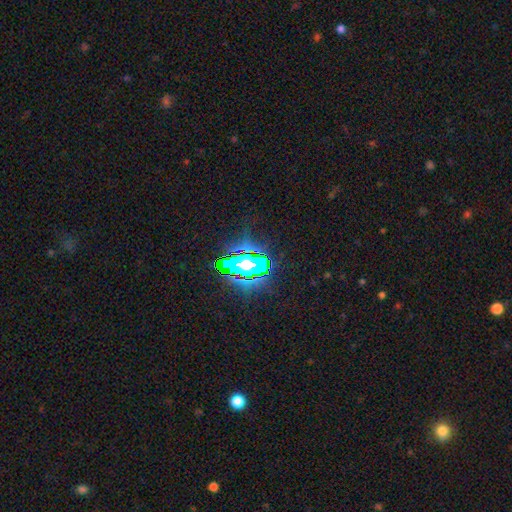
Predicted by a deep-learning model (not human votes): star or artifact 83%, smooth 10%, featured or disk 7%.